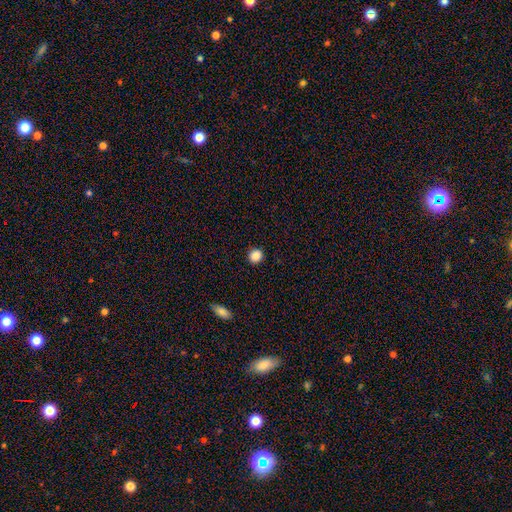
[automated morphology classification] type=smooth (88%); roundness=round (86%); merging=none (92%).